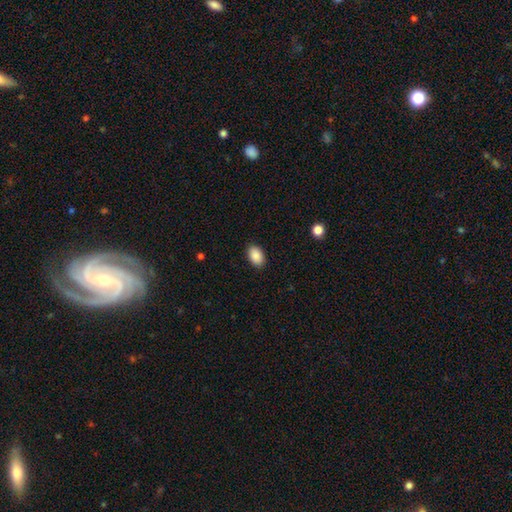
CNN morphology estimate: smooth 89%, star or artifact 7%, featured or disk 4%. Down the decision tree: how rounded — in between (91%); merging — none (89%).